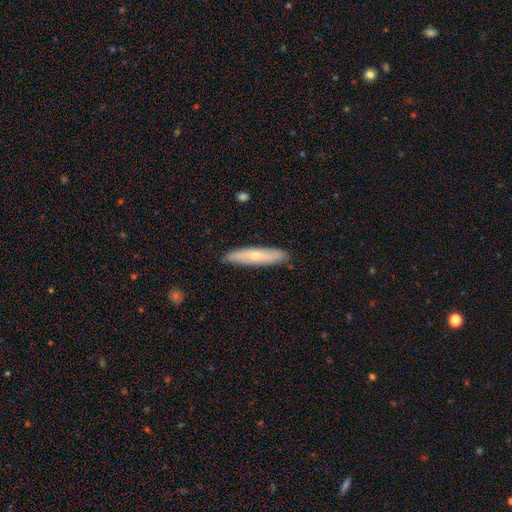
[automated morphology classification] smooth-or-featured: smooth: 50% | featured or disk: 44% | star or artifact: 6%
  how-rounded: cigar-shaped: 79% | in between: 19% | round: 2%
  merging: none: 86% | minor disturbance: 11% | major disturbance: 2% | merger: 1%